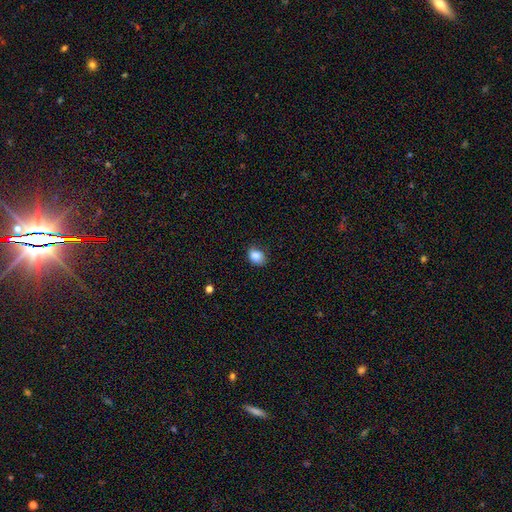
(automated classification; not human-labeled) Q: Smooth or featured?
A: smooth (85%); runner-up: star or artifact (9%)
Q: How rounded?
A: in between (59%); runner-up: round (40%)
Q: Merging?
A: none (67%); runner-up: minor disturbance (26%)